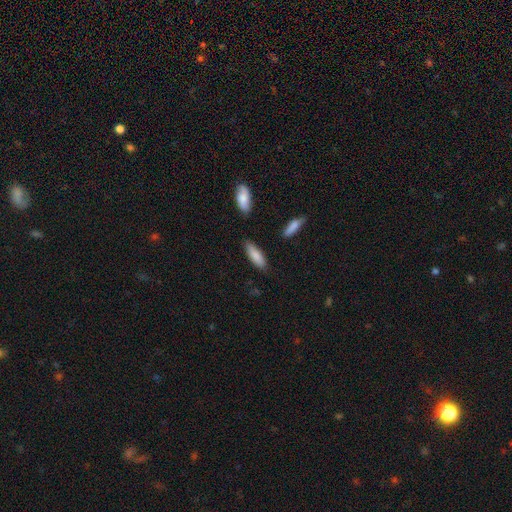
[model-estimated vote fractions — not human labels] Q: Smooth or featured?
A: smooth (84%); runner-up: featured or disk (10%)
Q: How rounded?
A: in between (55%); runner-up: cigar-shaped (43%)
Q: Merging?
A: none (80%); runner-up: minor disturbance (14%)